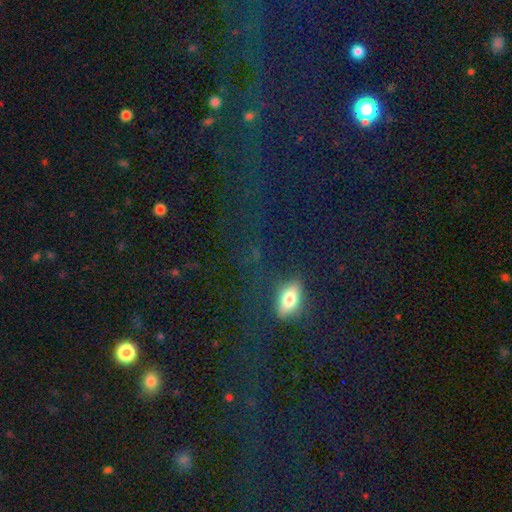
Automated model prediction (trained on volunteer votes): Smooth or featured?
  - smooth: 54% *
  - star or artifact: 32%
  - featured or disk: 15%
How rounded?
  - in between: 71% *
  - round: 20%
  - cigar-shaped: 10%
Merging?
  - none: 65% *
  - minor disturbance: 14%
  - major disturbance: 14%
  - merger: 7%